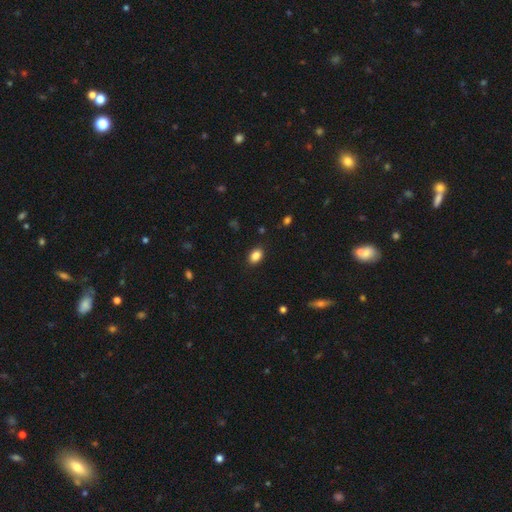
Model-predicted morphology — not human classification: Q: Smooth or featured?
A: smooth (87%); runner-up: star or artifact (9%)
Q: How rounded?
A: in between (81%); runner-up: round (17%)
Q: Merging?
A: none (87%); runner-up: minor disturbance (9%)